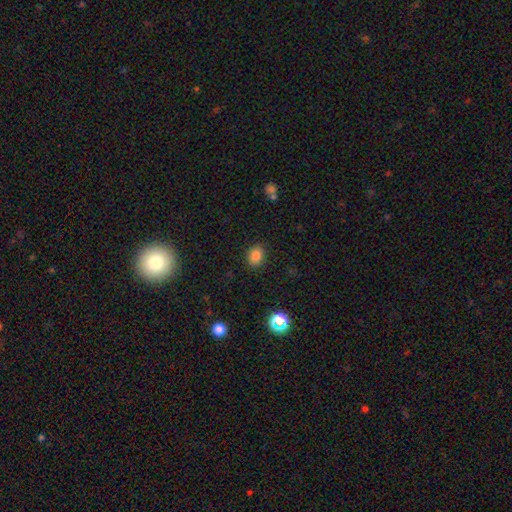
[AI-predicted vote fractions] A smooth galaxy with no disk features (83%) that is in between round and cigar-shaped (59%). Merging: none (87%).